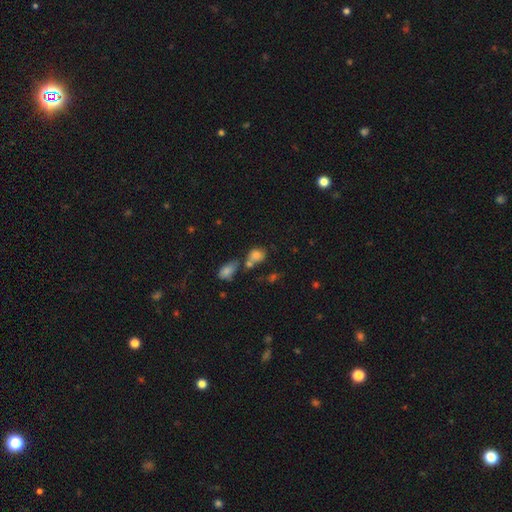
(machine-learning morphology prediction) Smooth or featured? smooth (74%)
How rounded? round (53%)
Merging? none (40%)